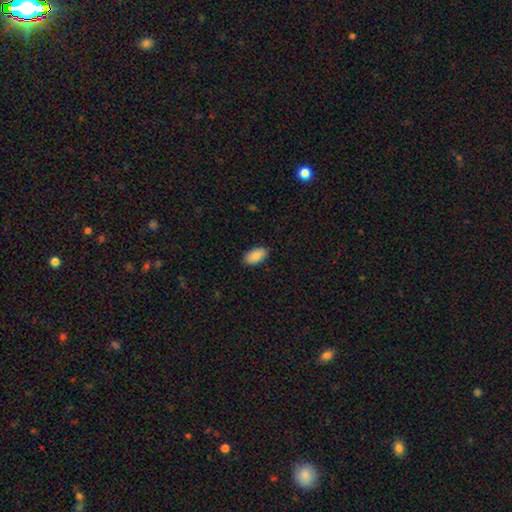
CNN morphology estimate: Smooth or featured? smooth (90%)
How rounded? in between (94%)
Merging? none (88%)